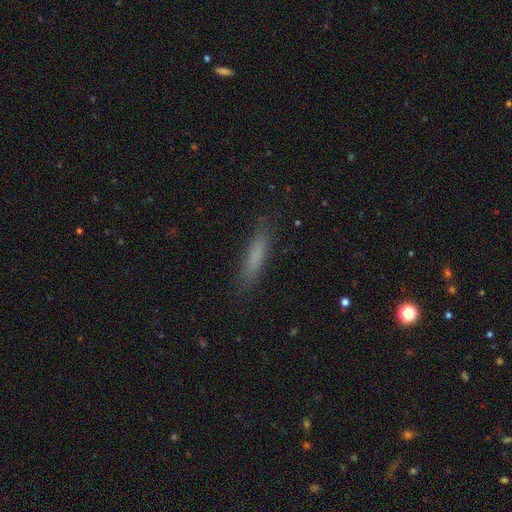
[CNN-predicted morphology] type=smooth (77%); roundness=cigar-shaped (84%); merging=none (86%).